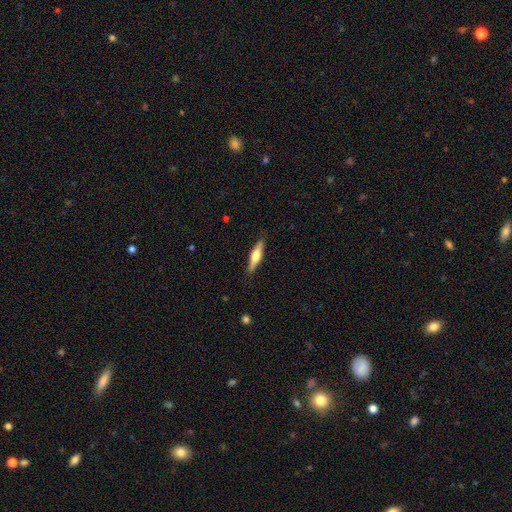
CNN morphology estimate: smooth_or_featured: featured or disk (p=0.57) [alt: smooth p=0.37]
disk_edge_on: yes (p=0.96) [alt: no p=0.04]
edge_on_bulge: rounded (p=0.88) [alt: boxy p=0.09]
merging: none (p=0.88) [alt: minor disturbance p=0.09]